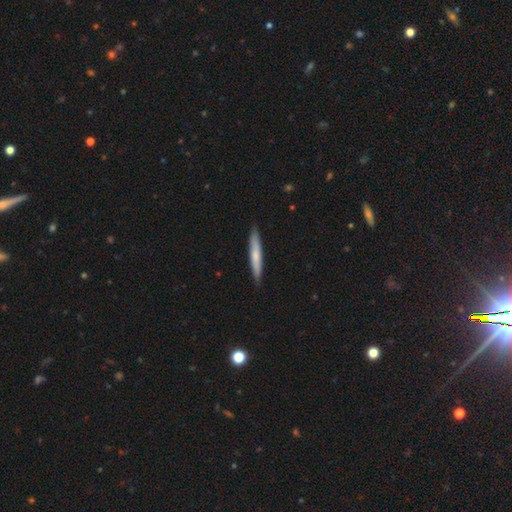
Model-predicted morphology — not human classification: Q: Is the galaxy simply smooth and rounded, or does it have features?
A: smooth — 64%.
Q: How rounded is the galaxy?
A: cigar-shaped — 94%.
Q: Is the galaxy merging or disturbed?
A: none — 89%.